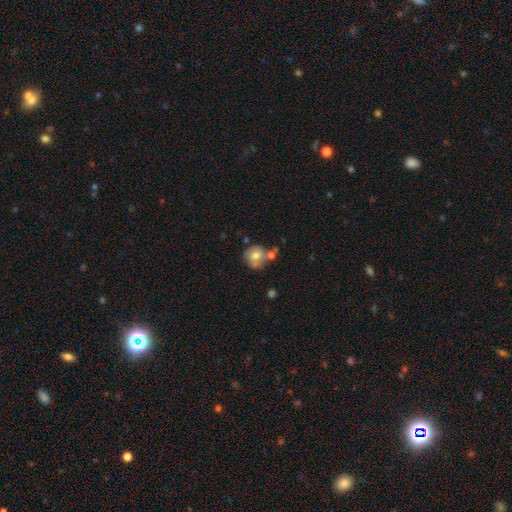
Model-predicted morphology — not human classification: Overall: smooth (59%; featured or disk 33%). How rounded: round (80%). Merging: none (47%; merger 27%).